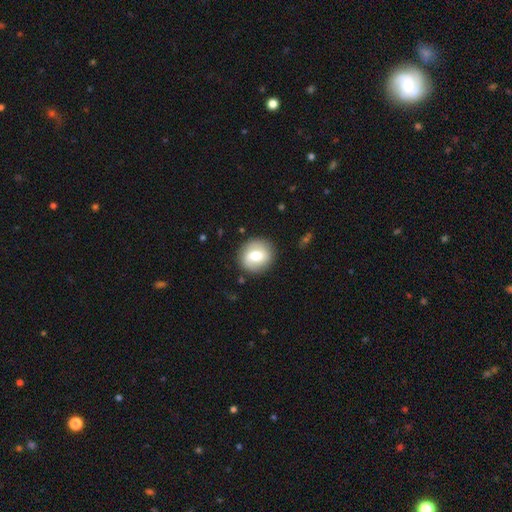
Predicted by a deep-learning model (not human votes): Morphology: type=smooth (61%); roundness=round (86%); merging=none (87%).